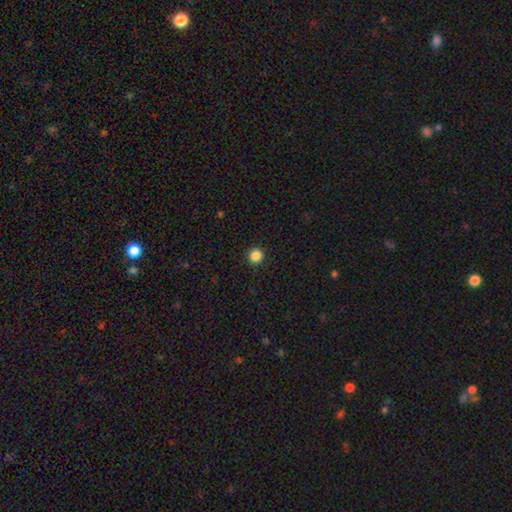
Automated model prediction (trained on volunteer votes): A smooth galaxy with no disk features (86%) that is round (94%). Merging: none (93%).